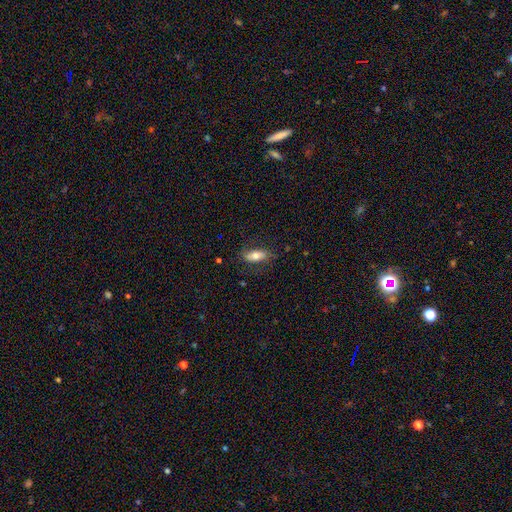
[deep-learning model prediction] Smooth or featured? Predicted: smooth (p=0.67). How rounded? Predicted: in between (p=0.77). Merging? Predicted: none (p=0.75).